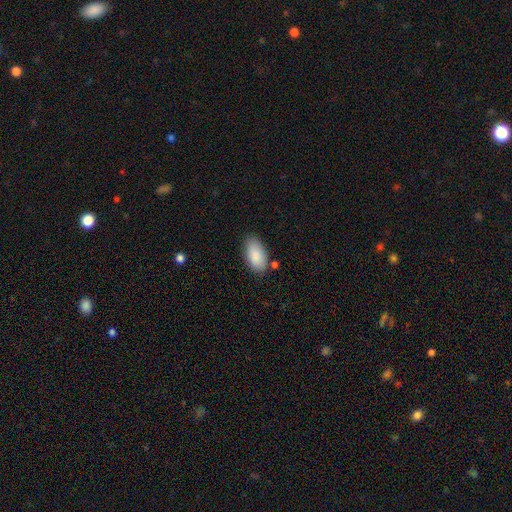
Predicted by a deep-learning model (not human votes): Smooth or featured: smooth — 88% (star or artifact — 6%)
How rounded: in between — 94% (cigar-shaped — 3%)
Merging: none — 78% (minor disturbance — 15%)